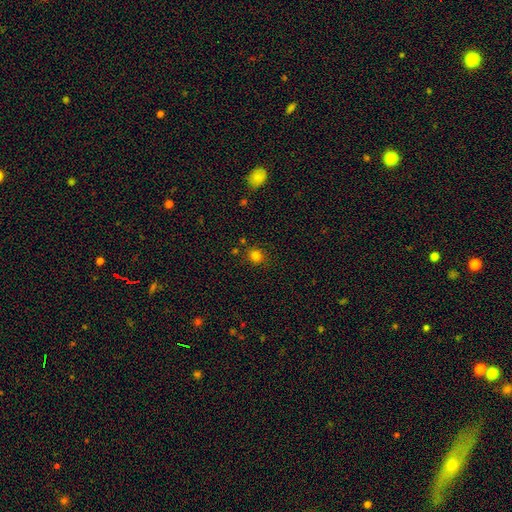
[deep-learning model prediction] Smooth or featured?
  - smooth: 79% *
  - star or artifact: 15%
  - featured or disk: 6%
How rounded?
  - round: 87% *
  - in between: 12%
  - cigar-shaped: 1%
Merging?
  - none: 83% *
  - minor disturbance: 10%
  - merger: 4%
  - major disturbance: 3%